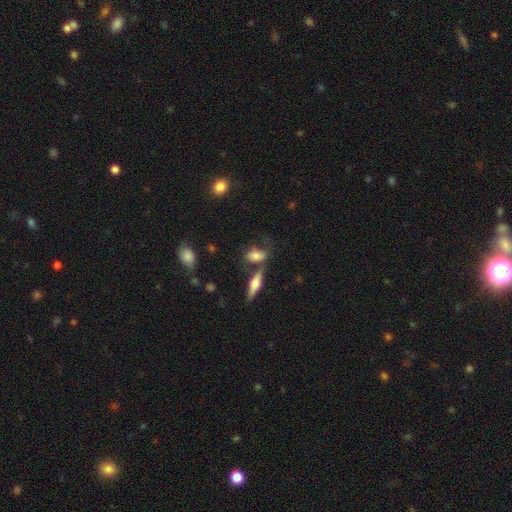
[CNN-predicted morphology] A smooth galaxy with no disk features (69%) that is in between round and cigar-shaped (82%). Merging: none (48%).